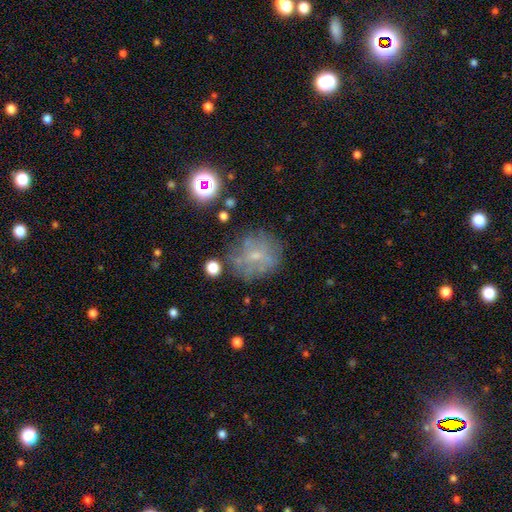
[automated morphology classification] smooth_or_featured: smooth (p=0.42) [alt: featured or disk p=0.39]
merging: none (p=0.64) [alt: minor disturbance p=0.20]